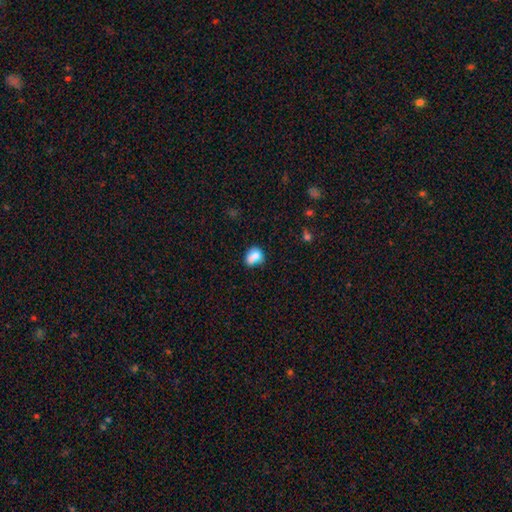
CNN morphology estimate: type=smooth (77%); roundness=in between (52%); merging=none (41%).